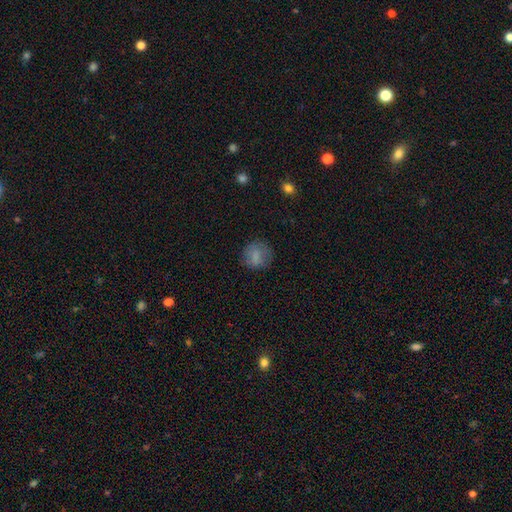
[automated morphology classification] A smooth galaxy with no disk features (78%) that is round (83%). Merging: none (77%).